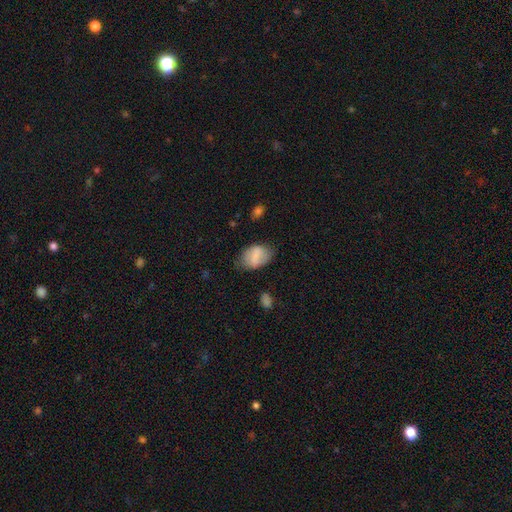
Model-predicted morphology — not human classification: smooth 66%, featured or disk 26%, star or artifact 8%. Down the decision tree: how rounded — in between (85%); merging — none (69%).